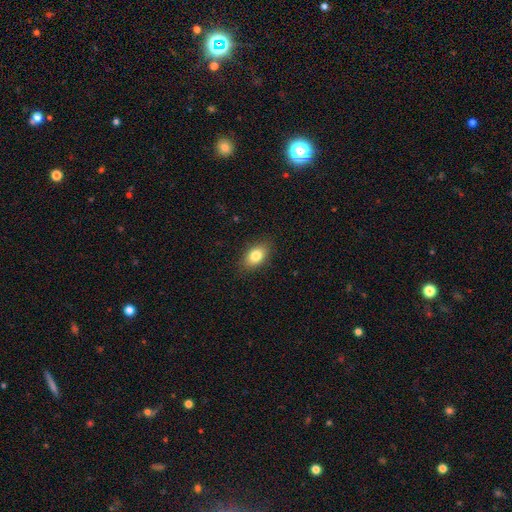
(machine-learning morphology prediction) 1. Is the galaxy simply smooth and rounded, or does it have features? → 82% smooth, 10% featured or disk, 8% star or artifact.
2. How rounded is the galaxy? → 86% in between, 11% round, 3% cigar-shaped.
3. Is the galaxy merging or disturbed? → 86% none, 11% minor disturbance, 3% major disturbance, 1% merger.